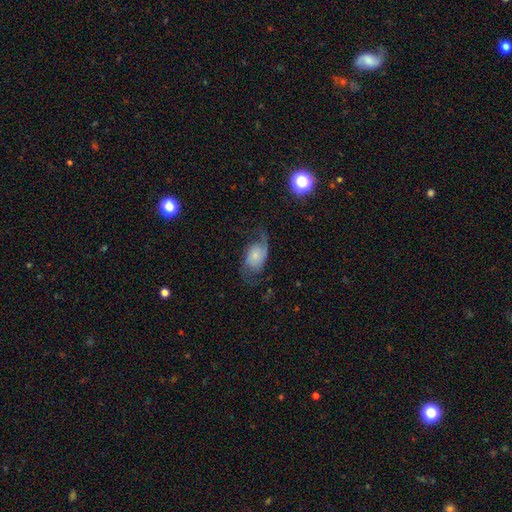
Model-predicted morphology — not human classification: Smooth or featured?
  - featured or disk: 66% *
  - smooth: 26%
  - star or artifact: 8%
Edge-on disk?
  - no: 96% *
  - yes: 4%
Bar?
  - no: 73% *
  - weak: 22%
  - strong: 5%
Spiral arms?
  - yes: 92% *
  - no: 8%
Spiral winding?
  - loose: 62% *
  - medium: 30%
  - tight: 8%
Spiral arm count?
  - 2: 87% *
  - 1: 5%
  - can't tell: 4%
  - 3: 1%
  - 4: 1%
  - more than 4: 1%
Bulge size?
  - small: 54% *
  - moderate: 20%
  - none: 11%
  - large: 9%
  - dominant: 6%
Merging?
  - none: 55% *
  - minor disturbance: 22%
  - major disturbance: 21%
  - merger: 2%